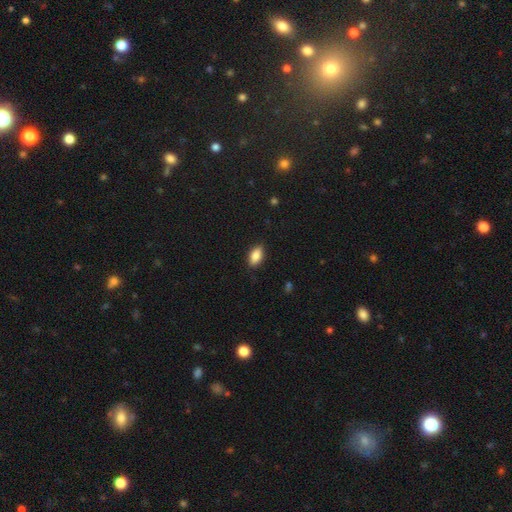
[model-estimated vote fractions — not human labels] smooth-or-featured: smooth: 84% | featured or disk: 8% | star or artifact: 7%
  how-rounded: in between: 89% | cigar-shaped: 6% | round: 4%
  merging: none: 87% | minor disturbance: 10% | major disturbance: 2% | merger: 1%